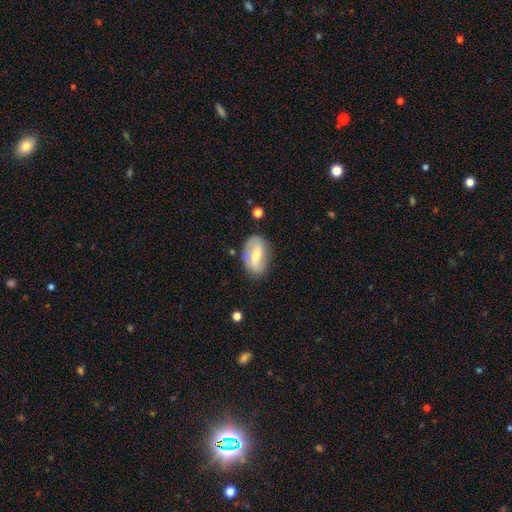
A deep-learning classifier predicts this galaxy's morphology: A featured or disk galaxy (57%) with a weak bar (39%), spiral arms (70%) and a small central bulge (49%). Merging: none (76%).